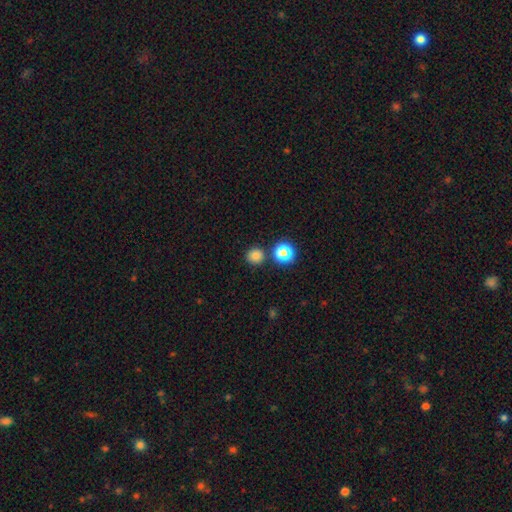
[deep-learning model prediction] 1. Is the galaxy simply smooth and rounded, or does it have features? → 79% smooth, 17% star or artifact, 5% featured or disk.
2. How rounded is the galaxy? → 90% round, 9% in between, 1% cigar-shaped.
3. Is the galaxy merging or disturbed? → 83% none, 7% minor disturbance, 7% merger, 2% major disturbance.